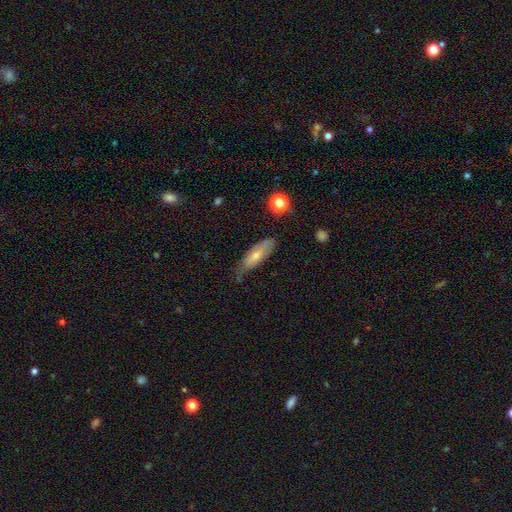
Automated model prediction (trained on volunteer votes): smooth_or_featured: smooth (p=0.64) [alt: featured or disk p=0.29]
how_rounded: in between (p=0.57) [alt: cigar-shaped p=0.40]
merging: none (p=0.65) [alt: minor disturbance p=0.27]